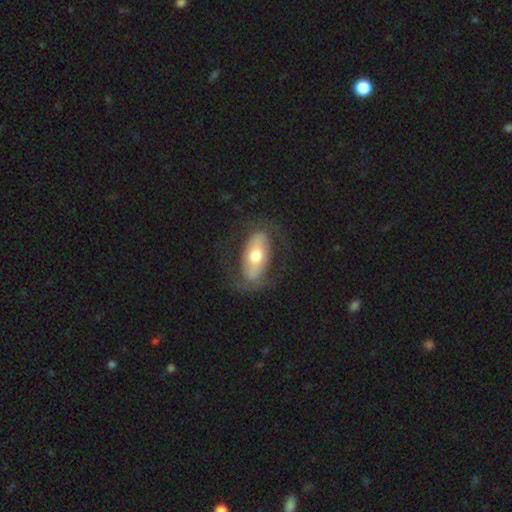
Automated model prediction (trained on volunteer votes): Smooth or featured: featured or disk — 51% (smooth — 44%)
Edge-on disk: no — 87% (yes — 13%)
Merging: none — 75% (minor disturbance — 14%)